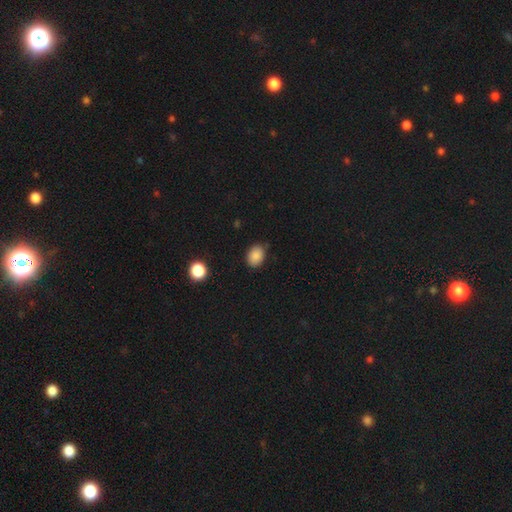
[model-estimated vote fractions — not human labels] Smooth or featured?
  - smooth: 87% *
  - star or artifact: 9%
  - featured or disk: 4%
How rounded?
  - in between: 70% *
  - round: 29%
  - cigar-shaped: 1%
Merging?
  - none: 80% *
  - minor disturbance: 15%
  - major disturbance: 3%
  - merger: 2%